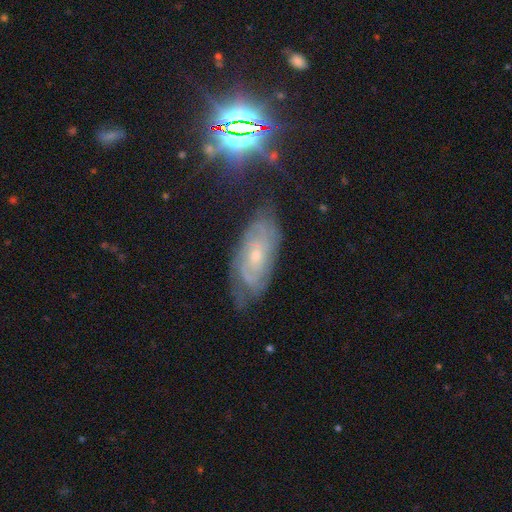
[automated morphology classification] smooth_or_featured: featured or disk (p=0.74) [alt: smooth p=0.15]
disk_edge_on: no (p=0.91) [alt: yes p=0.09]
bar: no (p=0.71) [alt: weak p=0.24]
has_spiral_arms: yes (p=0.90) [alt: no p=0.10]
spiral_winding: tight (p=0.68) [alt: medium p=0.25]
spiral_arm_count: can't tell (p=0.54) [alt: 2 p=0.20]
bulge_size: small (p=0.70) [alt: moderate p=0.25]
merging: none (p=0.68) [alt: minor disturbance p=0.23]